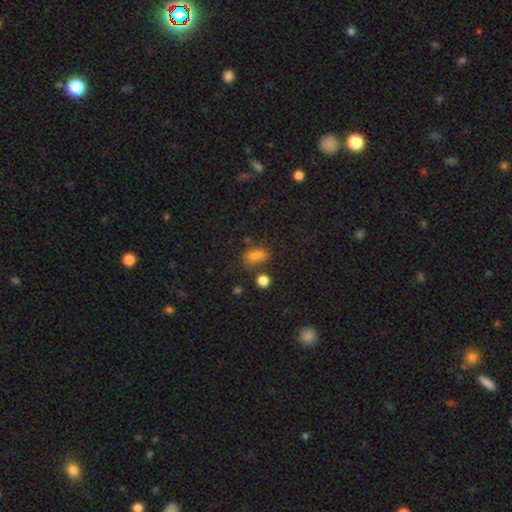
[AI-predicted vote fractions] Morphology: type=smooth (73%); roundness=in between (75%); merging=none (54%).